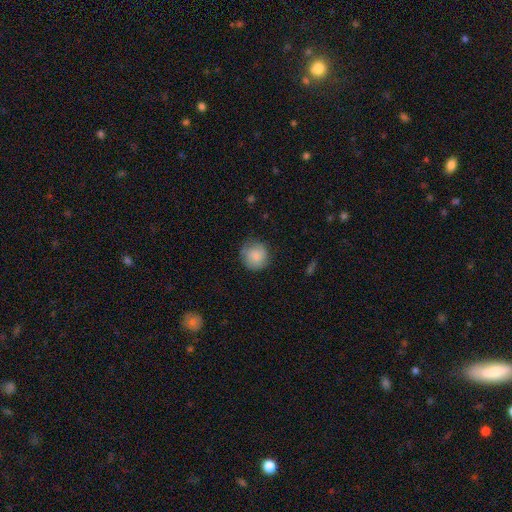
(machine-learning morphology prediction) Smooth or featured? Predicted: smooth (p=0.82). How rounded? Predicted: round (p=0.92). Merging? Predicted: none (p=0.75).